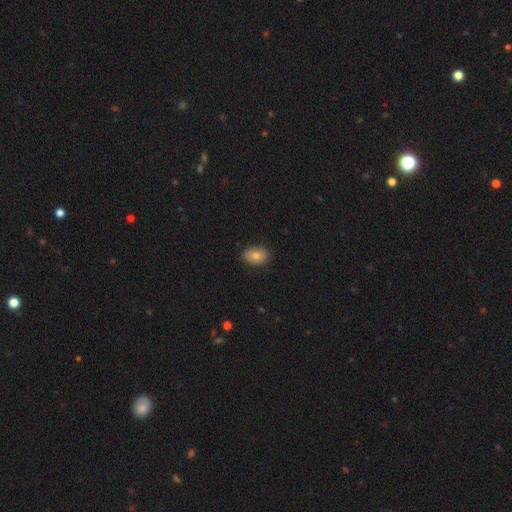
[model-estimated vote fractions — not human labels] smooth_or_featured: smooth (p=0.75) [alt: featured or disk p=0.16]
how_rounded: in between (p=0.70) [alt: round p=0.29]
merging: none (p=0.85) [alt: minor disturbance p=0.12]